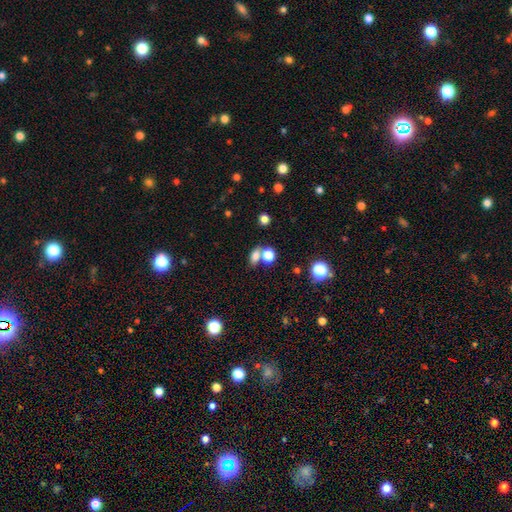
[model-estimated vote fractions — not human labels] Morphology: type=smooth (77%); roundness=in between (68%); merging=none (48%).